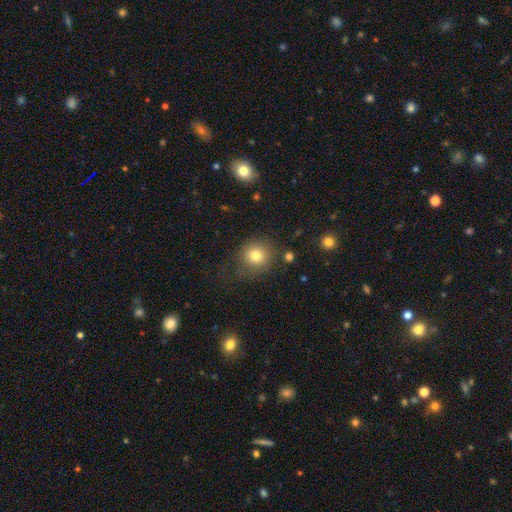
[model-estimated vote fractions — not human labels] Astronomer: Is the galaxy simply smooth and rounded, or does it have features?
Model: smooth — 79%.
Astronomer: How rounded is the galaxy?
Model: round — 85%.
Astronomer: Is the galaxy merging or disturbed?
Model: none — 69%.